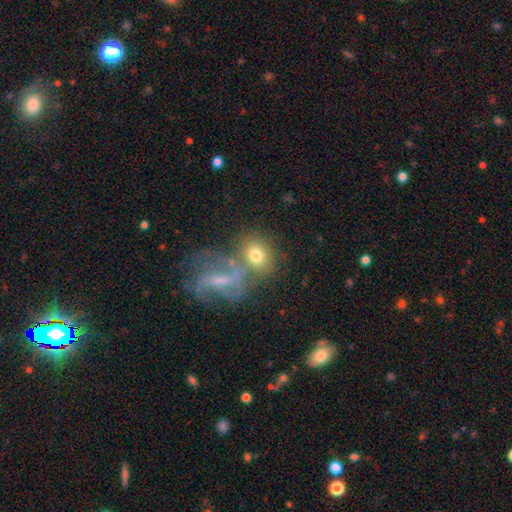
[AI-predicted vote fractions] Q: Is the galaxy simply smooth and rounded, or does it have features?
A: smooth — 63%.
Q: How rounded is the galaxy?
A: round — 52%.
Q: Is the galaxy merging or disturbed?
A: none — 45%.